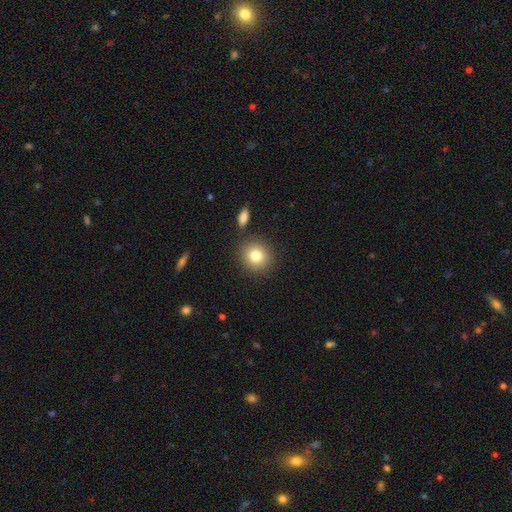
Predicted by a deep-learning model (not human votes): The model was most divided on "smooth or featured": smooth: 81%, star or artifact: 10%, featured or disk: 9%. More confident: how rounded — round (85%); merging — none (84%).